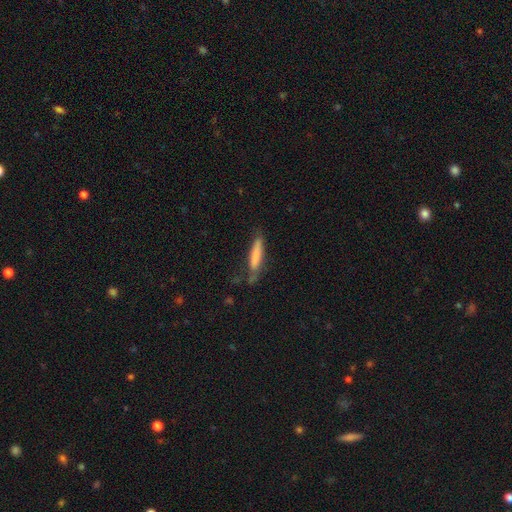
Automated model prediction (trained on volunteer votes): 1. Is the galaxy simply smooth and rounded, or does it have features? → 76% smooth, 18% featured or disk, 6% star or artifact.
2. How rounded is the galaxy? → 86% cigar-shaped, 13% in between, 1% round.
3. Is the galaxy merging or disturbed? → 62% none, 26% minor disturbance, 9% major disturbance, 4% merger.